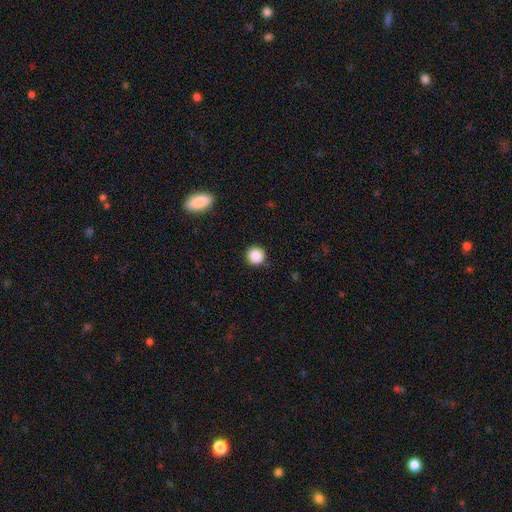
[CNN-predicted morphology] Overall: smooth (88%). How rounded: round (96%). Merging: none (92%).